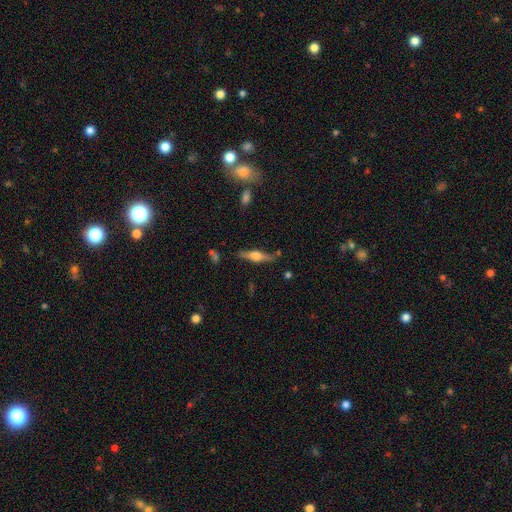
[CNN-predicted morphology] A featured or disk galaxy (67%) viewed edge-on (96%) with a rounded central bulge (90%).

Vote fractions:
- Smooth or featured? featured or disk: 67% / smooth: 26% / star or artifact: 7%
- Edge-on disk? yes: 96% / no: 4%
- Edge-on bulge? rounded: 90% / boxy: 8% / none: 2%
- Merging? none: 83% / minor disturbance: 11% / merger: 3% / major disturbance: 3%